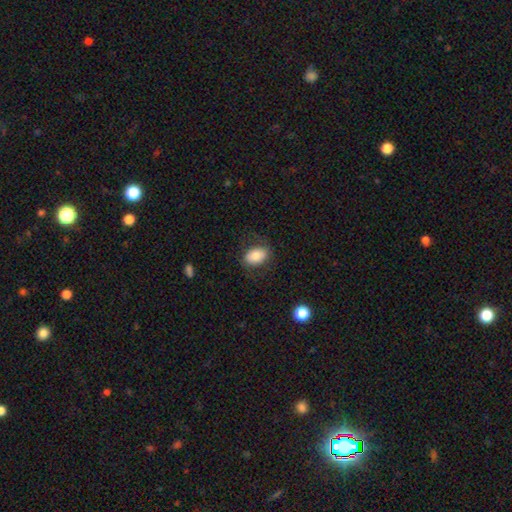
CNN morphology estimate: smooth-or-featured: smooth: 78% | featured or disk: 15% | star or artifact: 7%
  how-rounded: in between: 83% | round: 16% | cigar-shaped: 1%
  merging: none: 74% | minor disturbance: 16% | major disturbance: 8% | merger: 1%